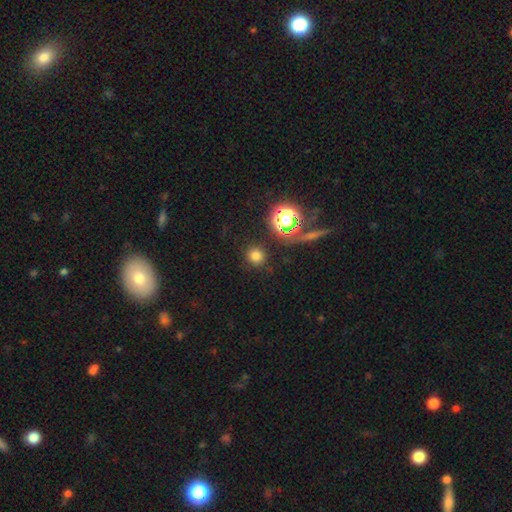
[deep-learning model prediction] smooth 74%, star or artifact 21%, featured or disk 6%. Down the decision tree: how rounded — round (92%); merging — none (88%).